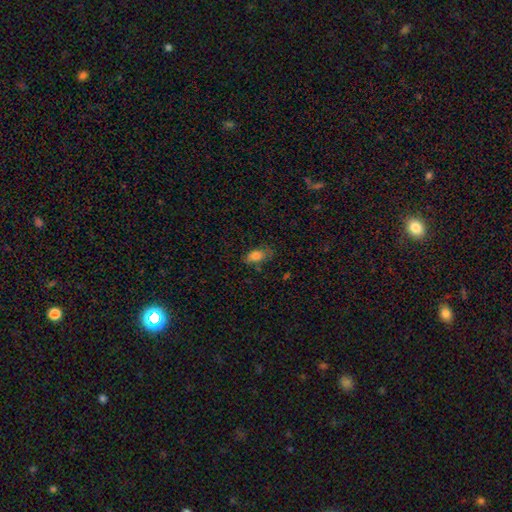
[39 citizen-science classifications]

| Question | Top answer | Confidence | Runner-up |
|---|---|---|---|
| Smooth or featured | smooth | 90% | featured or disk (8%) |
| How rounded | in between | 91% | round (6%) |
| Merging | none | 61% | minor disturbance (32%) |